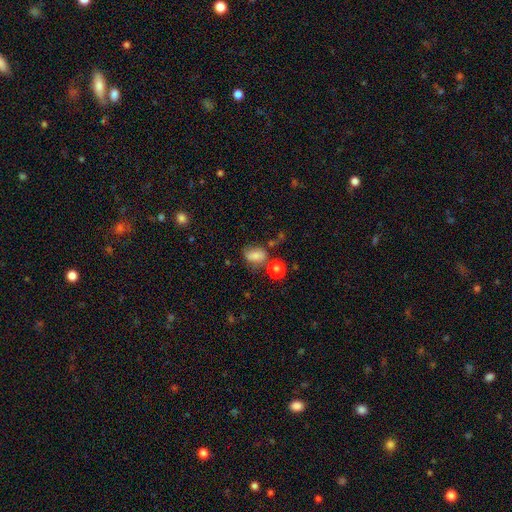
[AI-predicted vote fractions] This appears to be a smooth galaxy with no disk features (69%) that is in between round and cigar-shaped (72%). Merging: none (53%).